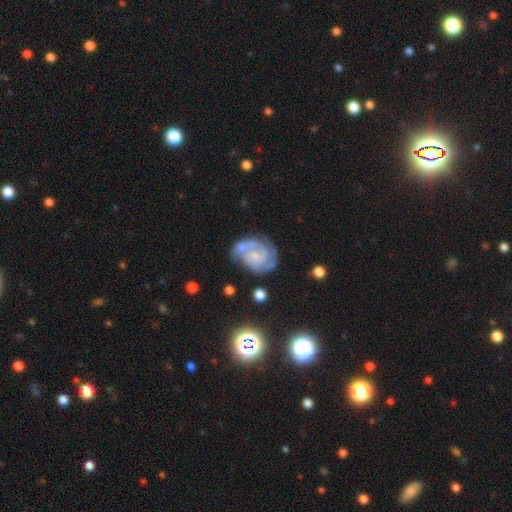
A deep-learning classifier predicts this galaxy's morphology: A featured or disk galaxy (84%) with no bar (64%), 2 (59%) tight (56%) spiral arms (95%) and a small central bulge (59%). Merging: none (57%).